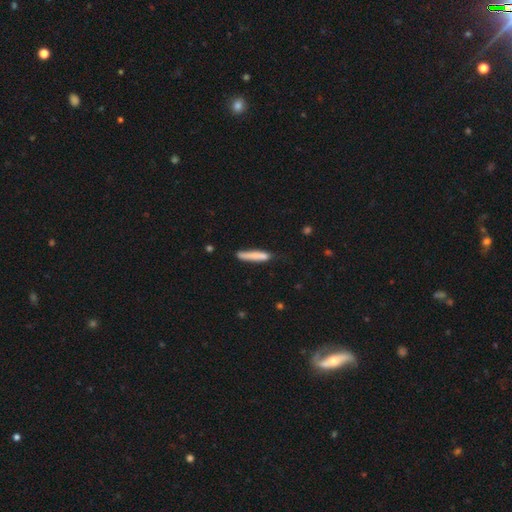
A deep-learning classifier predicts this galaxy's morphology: A smooth galaxy with no disk features (80%) that is cigar-shaped (92%). Merging: none (71%).